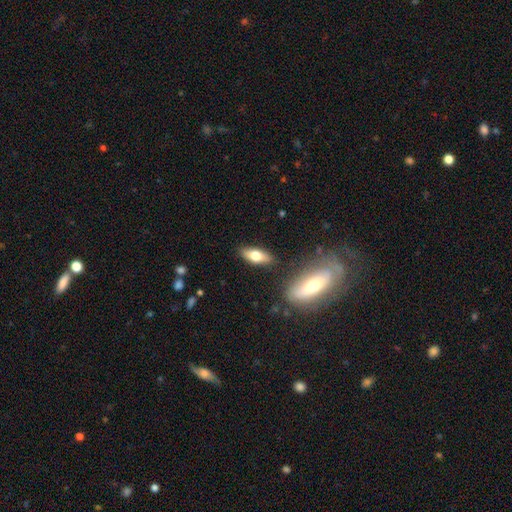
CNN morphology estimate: Smooth or featured? smooth (67%)
How rounded? in between (75%)
Merging? none (84%)